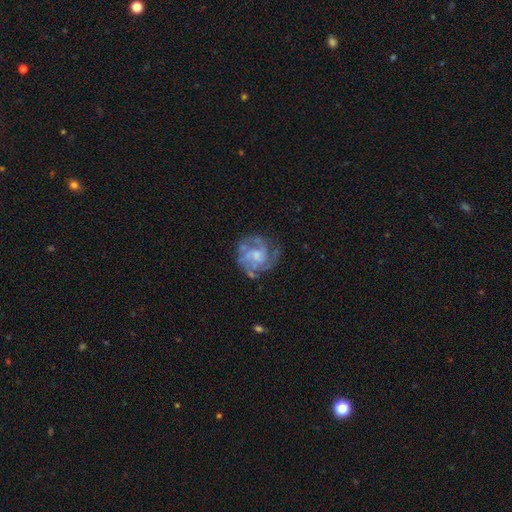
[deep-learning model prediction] Overall: featured or disk (77%). Edge-on disk: no (98%). Bar: no (66%; weak 29%). Spiral arms: yes (85%). Spiral arm count: can't tell (34%; 3 25%). Spiral winding: tight (50%; medium 38%). Bulge size: moderate (39%; small 33%). Merging: none (65%).